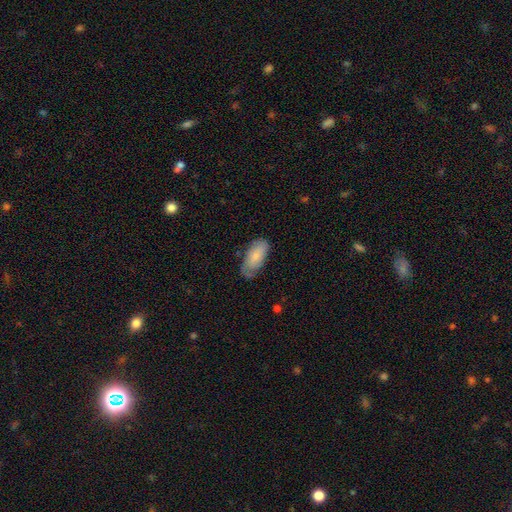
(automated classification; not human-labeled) Overall: smooth (67%). How rounded: in between (91%). Merging: none (60%; minor disturbance 30%).